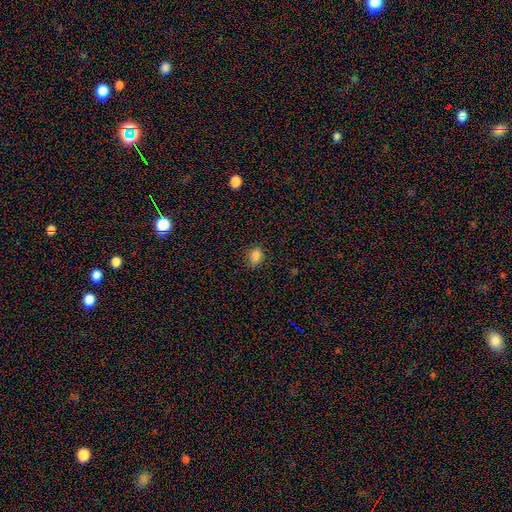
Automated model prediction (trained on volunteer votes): A smooth galaxy with no disk features (82%) that is in between round and cigar-shaped (64%). Merging: none (84%).